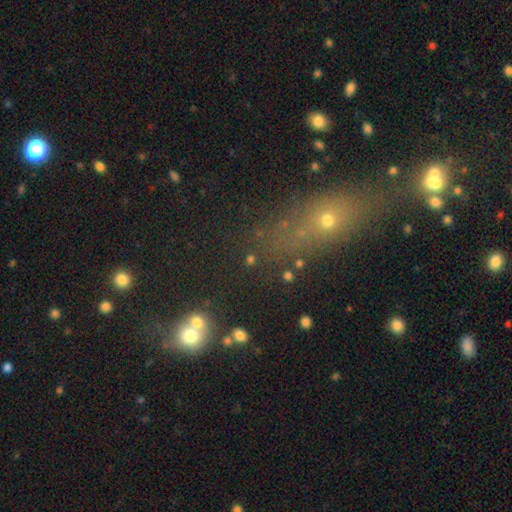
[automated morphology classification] This appears to be a smooth galaxy with no disk features (49%). Merging: none (64%).